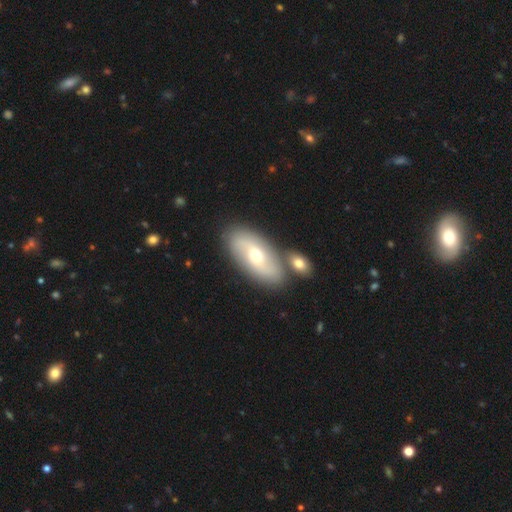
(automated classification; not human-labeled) featured or disk 56%, smooth 38%, star or artifact 7%. Down the decision tree: edge-on disk — no (89%); merging — none (72%).